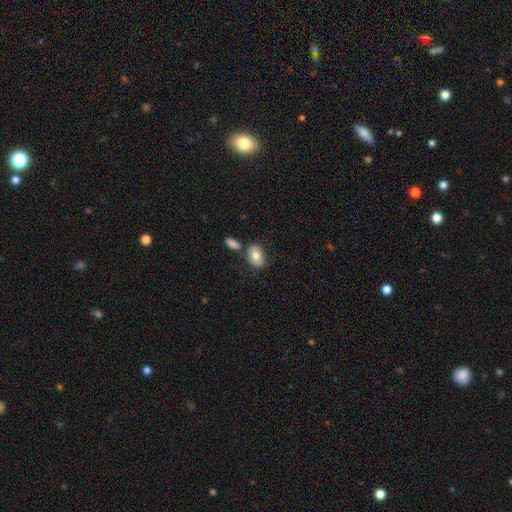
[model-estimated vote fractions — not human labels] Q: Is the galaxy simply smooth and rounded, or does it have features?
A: smooth — 78%.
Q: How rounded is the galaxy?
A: in between — 84%.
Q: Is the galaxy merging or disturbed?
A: none — 70%.